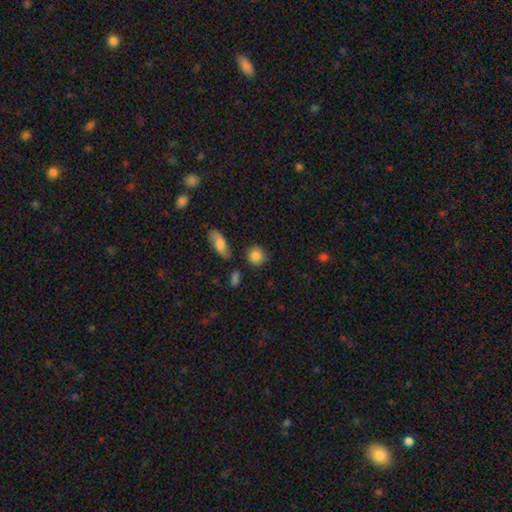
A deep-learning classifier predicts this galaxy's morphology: smooth-or-featured: smooth: 85% | star or artifact: 8% | featured or disk: 7%
  how-rounded: round: 80% | in between: 18% | cigar-shaped: 2%
  merging: none: 79% | minor disturbance: 12% | merger: 6% | major disturbance: 3%